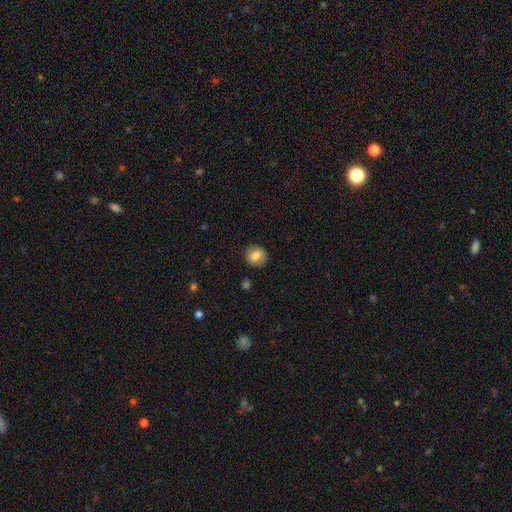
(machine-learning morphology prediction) Overall: smooth (79%). How rounded: round (80%). Merging: none (88%).